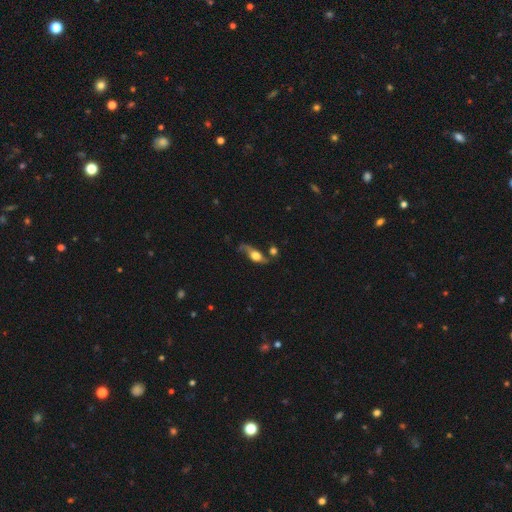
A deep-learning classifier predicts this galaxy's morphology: This is possibly a featured or disk galaxy (54%). It is possibly not viewed edge-on (52%). Merging: possibly none (48%).